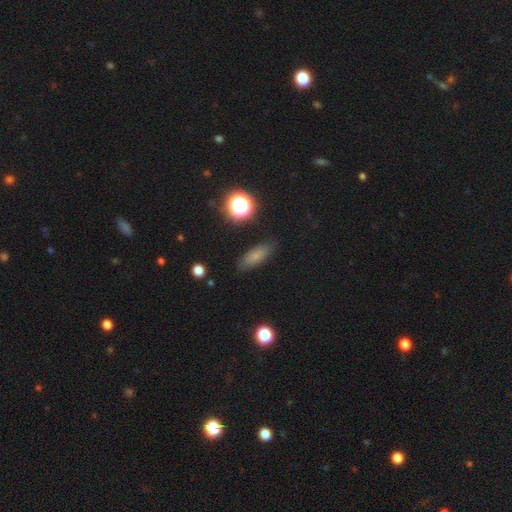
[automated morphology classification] type=smooth (74%); roundness=in between (65%); merging=none (82%).